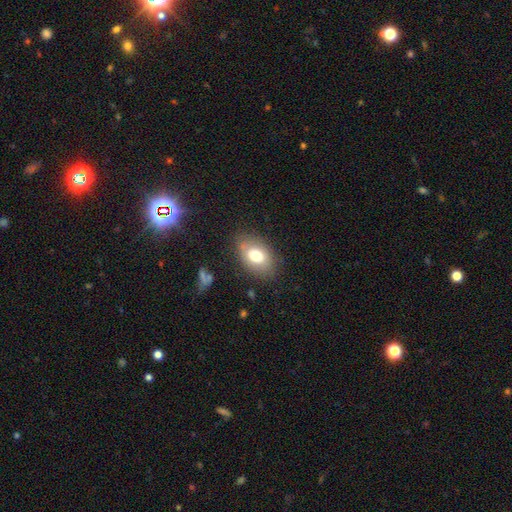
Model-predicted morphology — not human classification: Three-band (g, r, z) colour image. It shows a smooth galaxy with no disk features (74%) that is in between round and cigar-shaped (85%). Merging: none (78%).